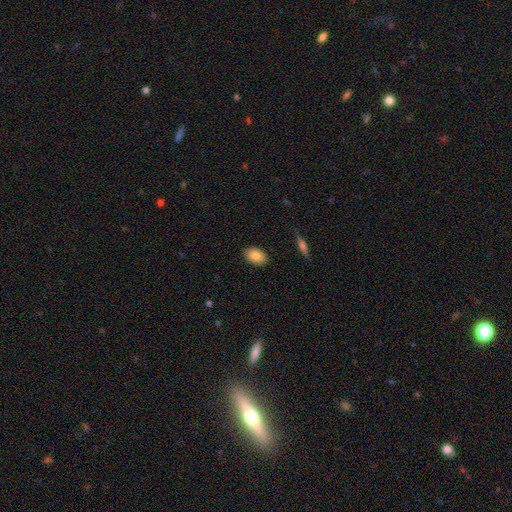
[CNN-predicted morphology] Smooth or featured? smooth (86%)
How rounded? in between (90%)
Merging? none (88%)